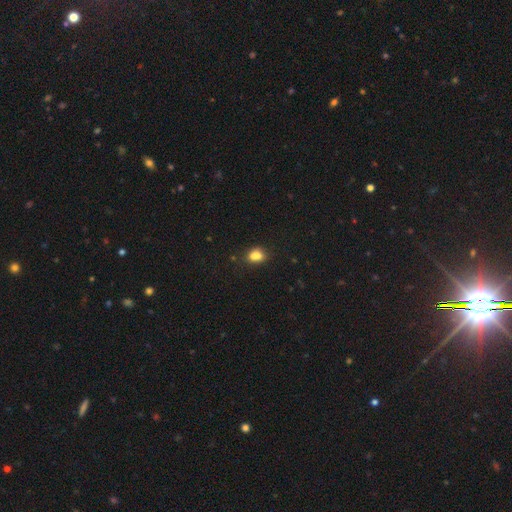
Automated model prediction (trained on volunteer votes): Morphology: type=smooth (78%); roundness=in between (55%); merging=none (47%).